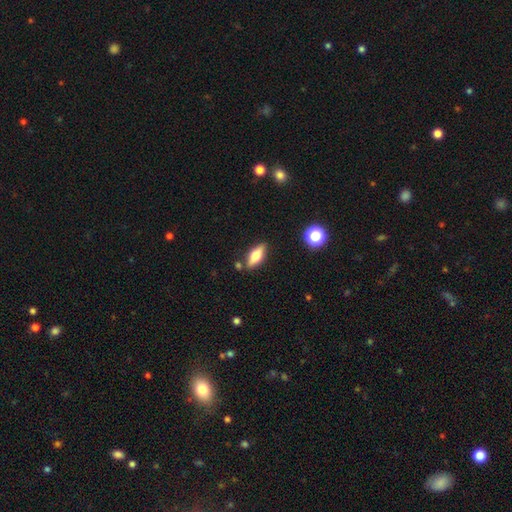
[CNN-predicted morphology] The model was most divided on "smooth or featured": smooth: 56%, featured or disk: 36%, star or artifact: 8%. More confident: merging — none (82%); how rounded — in between (65%).